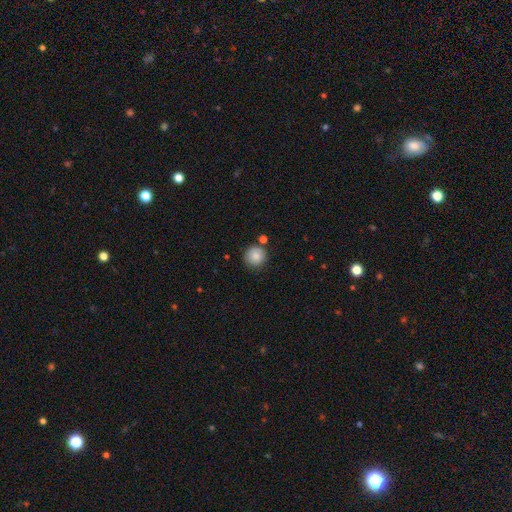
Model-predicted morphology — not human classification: This is clearly a smooth galaxy (85%). How rounded: clearly round (93%). Merging: clearly none (80%).